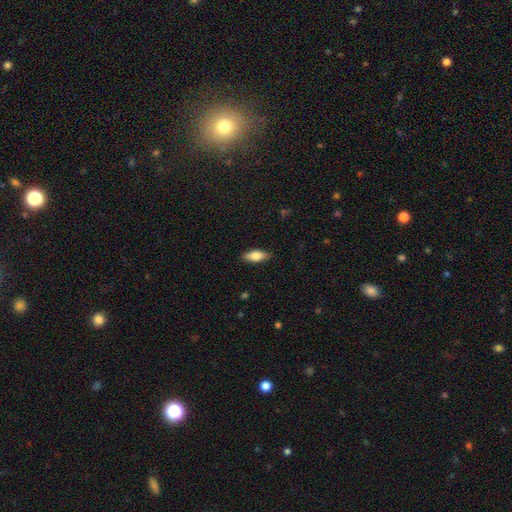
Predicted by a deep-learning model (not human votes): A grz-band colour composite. It shows a smooth galaxy with no disk features (78%) that is in between round and cigar-shaped (78%). Merging: none (86%).